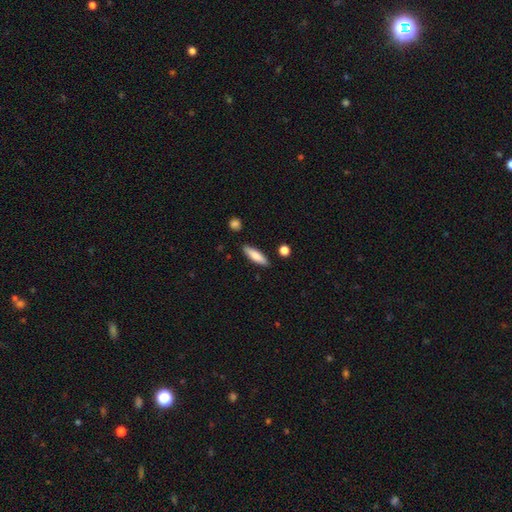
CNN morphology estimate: smooth 80%, featured or disk 14%, star or artifact 6%. Down the decision tree: how rounded — cigar-shaped (60%); merging — none (86%).